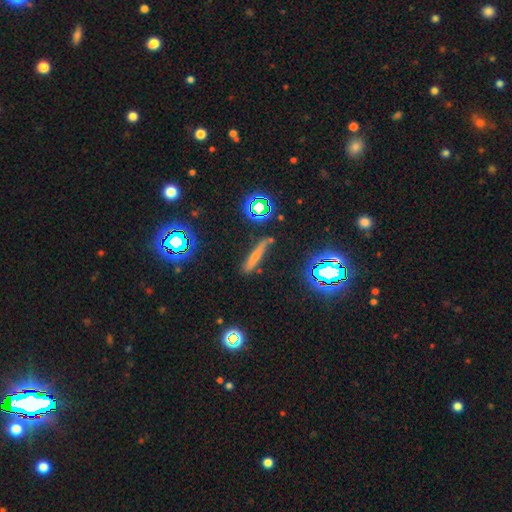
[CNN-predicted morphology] Q: Smooth or featured?
A: smooth (54%); runner-up: featured or disk (26%)
Q: How rounded?
A: cigar-shaped (89%); runner-up: in between (8%)
Q: Merging?
A: none (71%); runner-up: minor disturbance (18%)